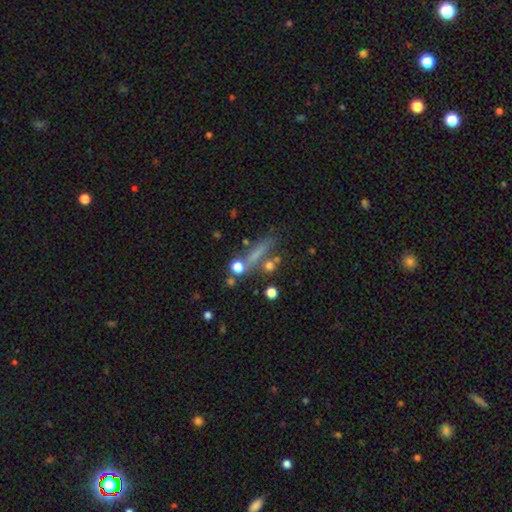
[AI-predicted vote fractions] Smooth or featured? Predicted: smooth (p=0.49). Merging? Predicted: none (p=0.61).